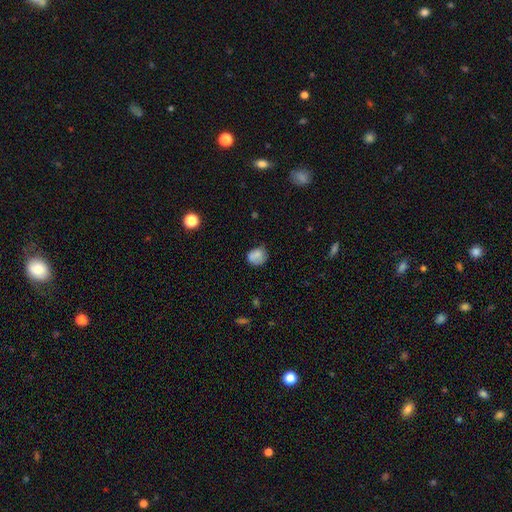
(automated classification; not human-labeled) A smooth galaxy with no disk features (76%) that is round (64%).

Vote fractions:
- Smooth or featured? smooth: 76% / featured or disk: 14% / star or artifact: 10%
- How rounded? round: 64% / in between: 35% / cigar-shaped: 1%
- Merging? none: 55% / minor disturbance: 27% / major disturbance: 10% / merger: 8%